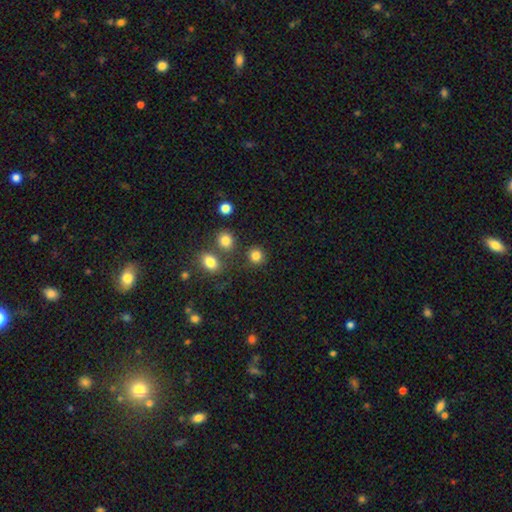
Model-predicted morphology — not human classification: A smooth galaxy with no disk features (83%) that is round (86%). Merging: none (81%).